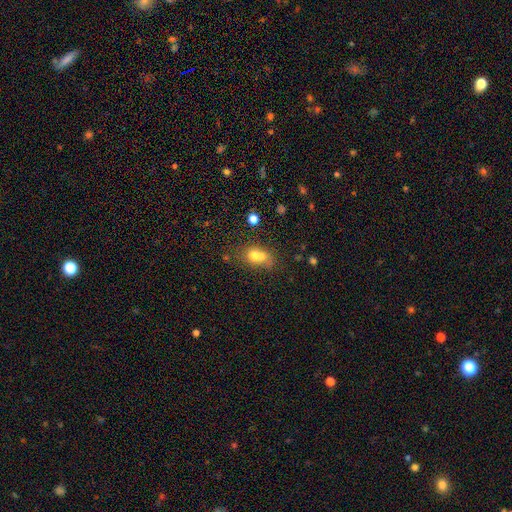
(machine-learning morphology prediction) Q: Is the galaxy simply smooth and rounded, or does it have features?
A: smooth — 68%.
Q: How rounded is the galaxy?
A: round — 57%.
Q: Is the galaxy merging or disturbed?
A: merger — 60%.